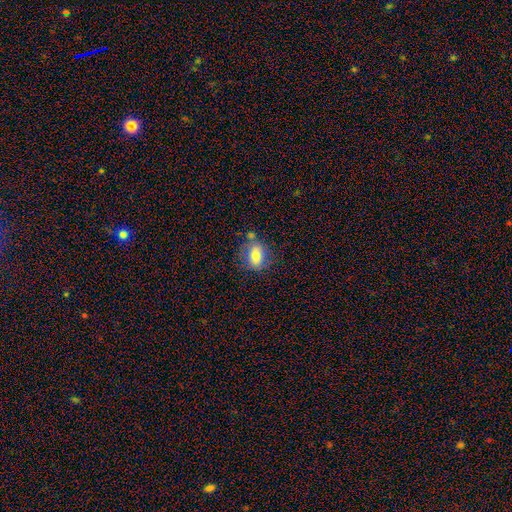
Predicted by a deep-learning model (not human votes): A smooth galaxy with no disk features (71%) that is in between round and cigar-shaped (66%). Merging: none (62%).